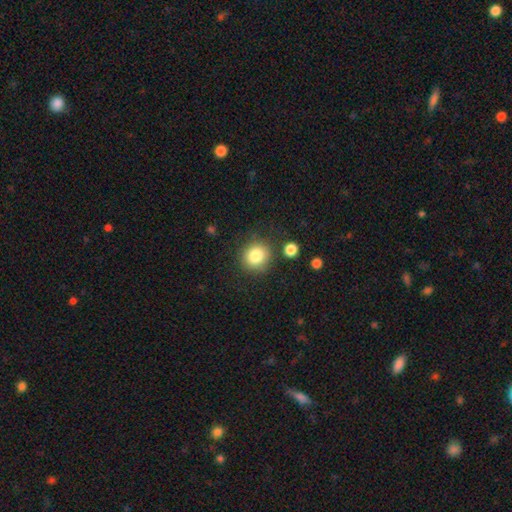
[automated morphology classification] This appears to be a smooth galaxy with no disk features (83%) that is round (88%). Merging: none (83%).